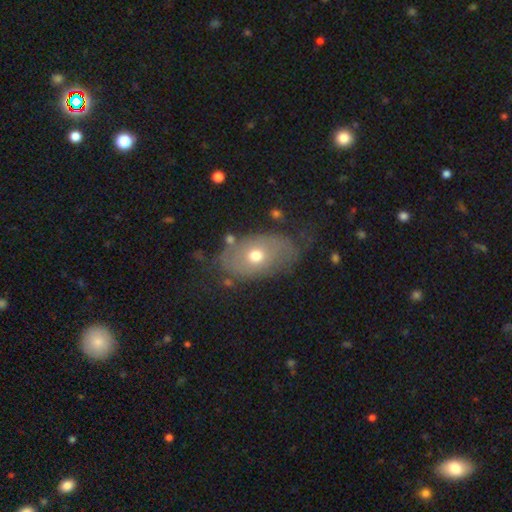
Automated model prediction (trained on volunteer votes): Smooth or featured?
  - smooth: 47% *
  - featured or disk: 43%
  - star or artifact: 10%
Merging?
  - none: 59% *
  - minor disturbance: 23%
  - major disturbance: 15%
  - merger: 4%